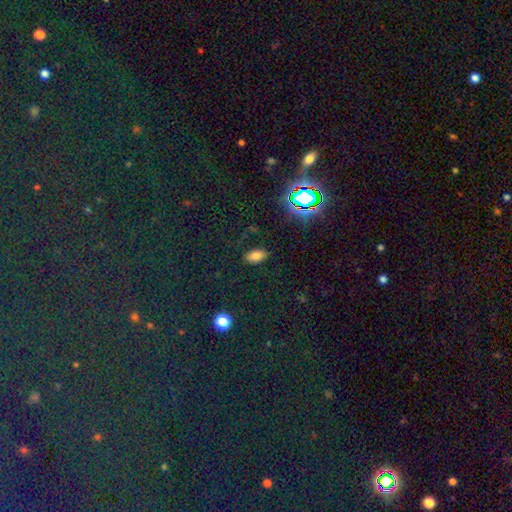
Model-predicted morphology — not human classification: Smooth or featured? smooth (76%)
How rounded? in between (91%)
Merging? none (85%)